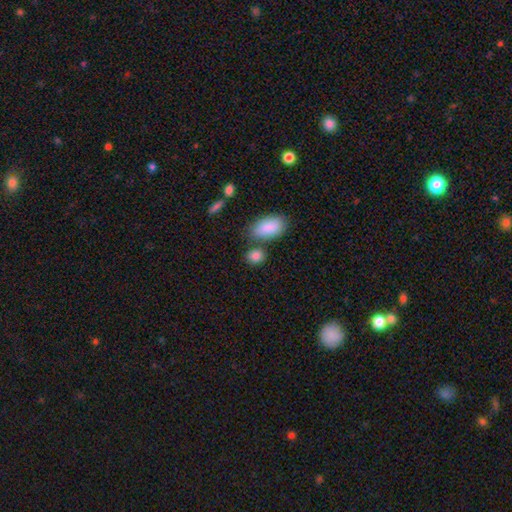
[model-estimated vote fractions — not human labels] Smooth or featured?
  - smooth: 86% *
  - star or artifact: 8%
  - featured or disk: 5%
How rounded?
  - in between: 52% *
  - round: 45%
  - cigar-shaped: 3%
Merging?
  - none: 68% *
  - merger: 17%
  - minor disturbance: 12%
  - major disturbance: 4%